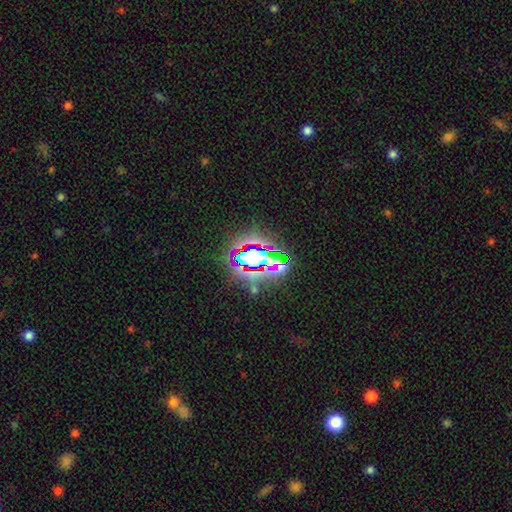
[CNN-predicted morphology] Smooth or featured: star or artifact — 67% (smooth — 19%)